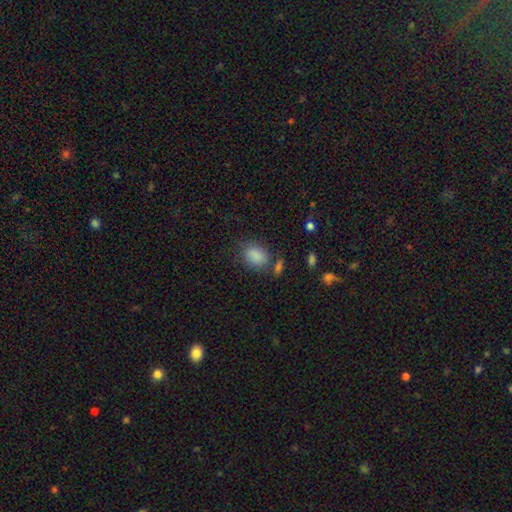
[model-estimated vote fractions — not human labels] Smooth or featured: smooth — 86% (star or artifact — 9%)
How rounded: in between — 68% (round — 30%)
Merging: none — 65% (minor disturbance — 18%)